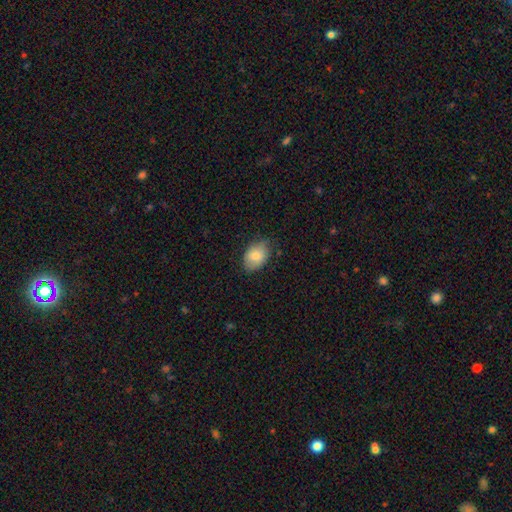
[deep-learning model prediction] A smooth galaxy with no disk features (81%) that is in between round and cigar-shaped (82%). Merging: none (74%).